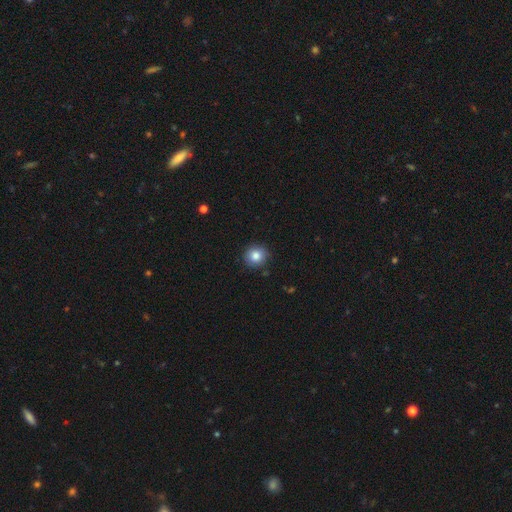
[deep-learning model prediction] Smooth or featured? smooth (84%)
How rounded? round (88%)
Merging? none (89%)